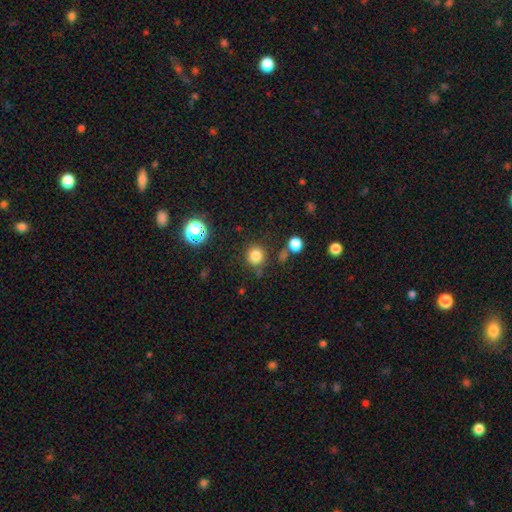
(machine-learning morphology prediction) This appears to be a smooth galaxy with no disk features (80%) that is round (90%). Merging: none (81%).